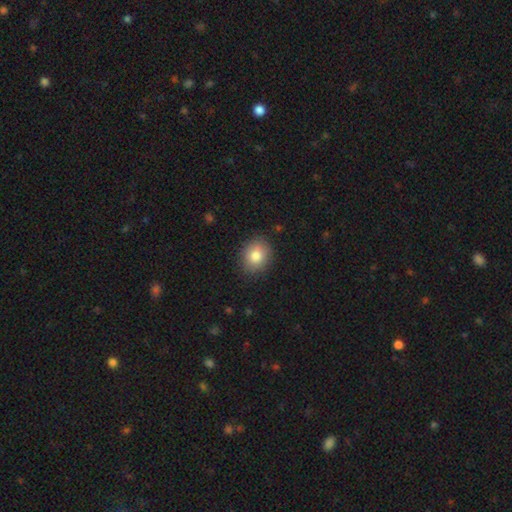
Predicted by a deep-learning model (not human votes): smooth_or_featured: smooth (p=0.83) [alt: featured or disk p=0.09]
how_rounded: round (p=0.59) [alt: in between p=0.40]
merging: none (p=0.85) [alt: minor disturbance p=0.11]